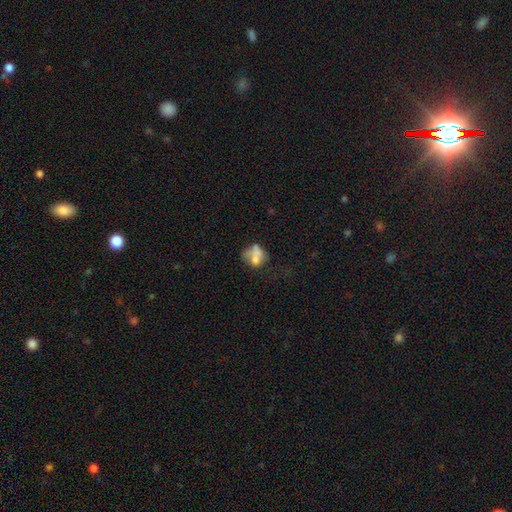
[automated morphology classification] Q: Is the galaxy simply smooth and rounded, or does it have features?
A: smooth — 56%.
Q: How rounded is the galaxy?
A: in between — 50%.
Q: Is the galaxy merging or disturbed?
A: merger — 34%.